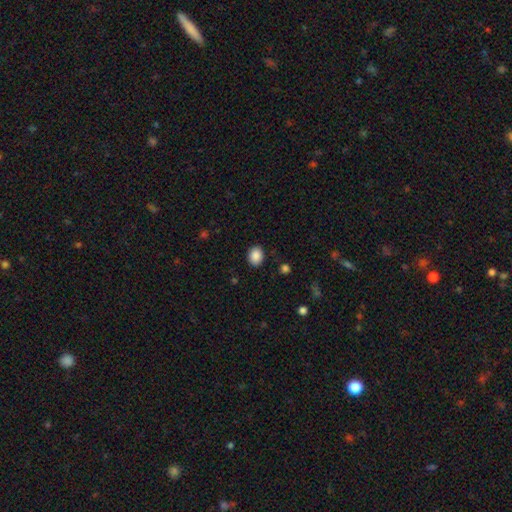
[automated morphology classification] The model was most divided on "how rounded": in between: 50%, round: 49%, cigar-shaped: 1%. More confident: merging — none (88%); smooth or featured — smooth (88%).